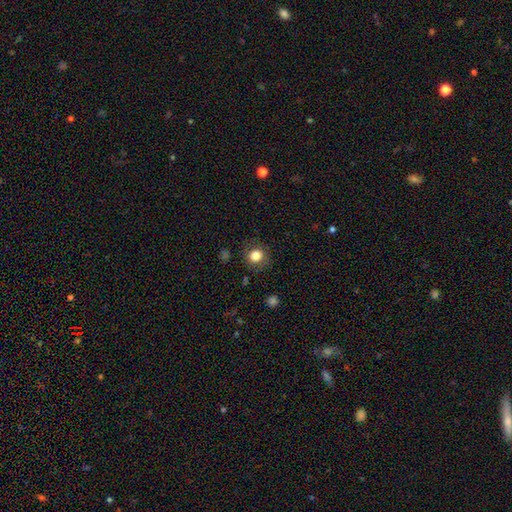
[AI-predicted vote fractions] smooth 82%, star or artifact 10%, featured or disk 7%. Down the decision tree: how rounded — round (85%); merging — none (84%).